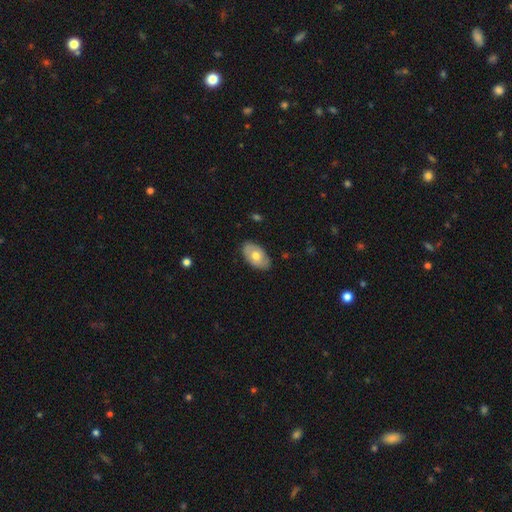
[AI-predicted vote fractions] Morphology: type=smooth (64%); roundness=in between (93%); merging=none (82%).